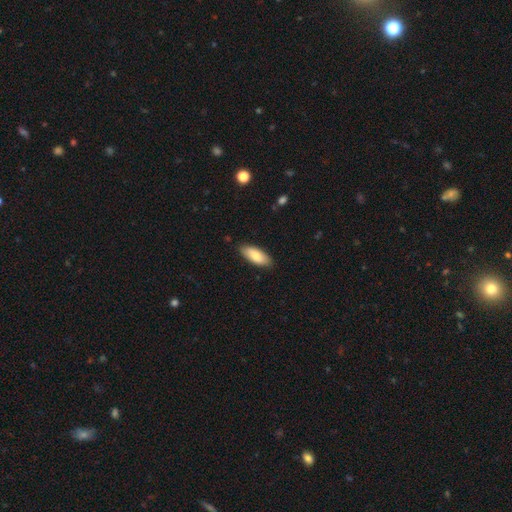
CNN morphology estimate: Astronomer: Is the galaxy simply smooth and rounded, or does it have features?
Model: smooth — 80%.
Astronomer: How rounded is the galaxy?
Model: in between — 81%.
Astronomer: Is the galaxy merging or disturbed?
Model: none — 85%.